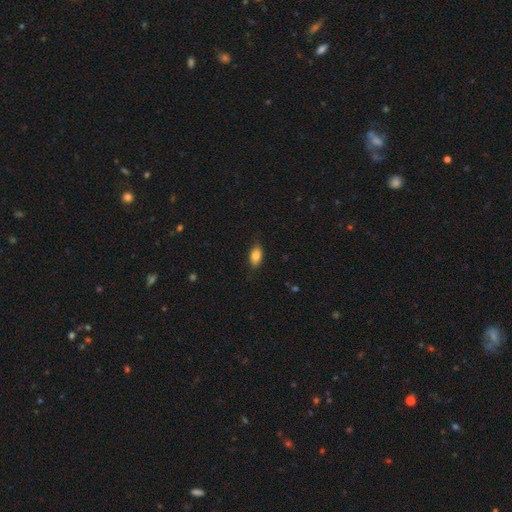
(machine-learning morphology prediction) Q: Smooth or featured?
A: smooth (83%); runner-up: featured or disk (10%)
Q: How rounded?
A: in between (89%); runner-up: round (6%)
Q: Merging?
A: none (83%); runner-up: minor disturbance (14%)